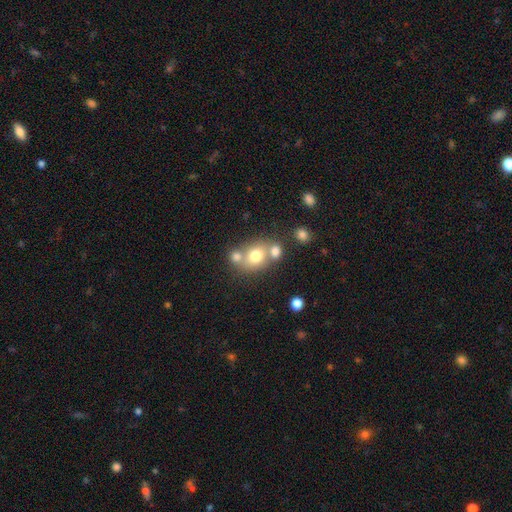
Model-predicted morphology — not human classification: A smooth galaxy with no disk features (71%) that is round (62%). Merging: none (47%).